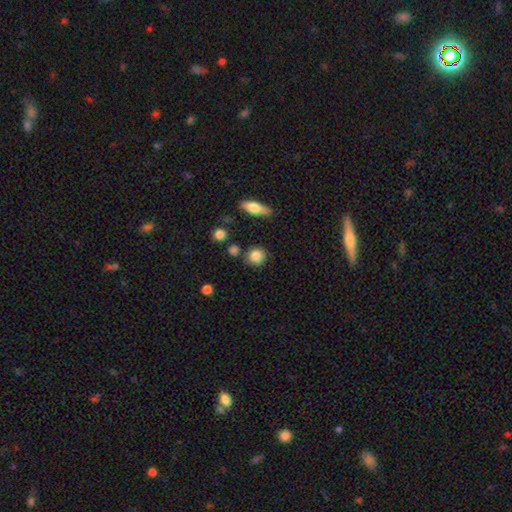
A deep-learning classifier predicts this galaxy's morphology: Q: Smooth or featured?
A: smooth (84%); runner-up: star or artifact (8%)
Q: How rounded?
A: round (85%); runner-up: in between (12%)
Q: Merging?
A: none (80%); runner-up: minor disturbance (12%)